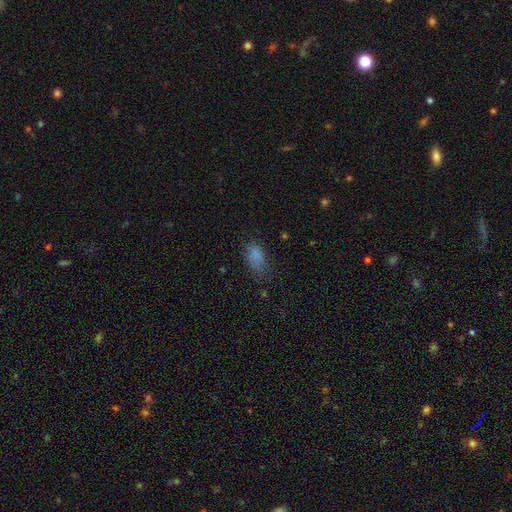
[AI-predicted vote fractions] A smooth galaxy with no disk features (80%) that is in between round and cigar-shaped (89%). Merging: none (52%).